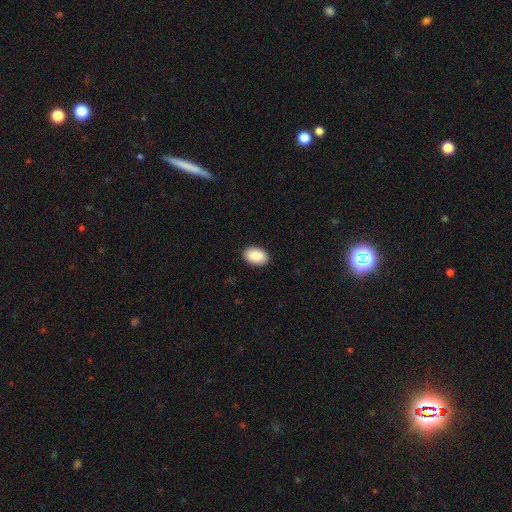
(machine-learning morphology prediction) type=smooth (90%); roundness=in between (92%); merging=none (90%).